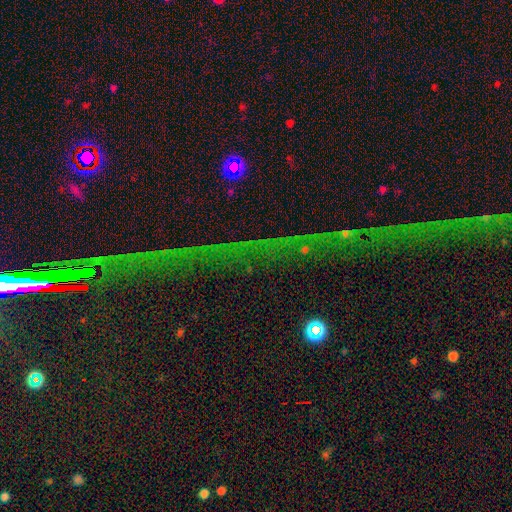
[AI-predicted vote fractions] Smooth or featured?
  - star or artifact: 81% *
  - featured or disk: 11%
  - smooth: 9%